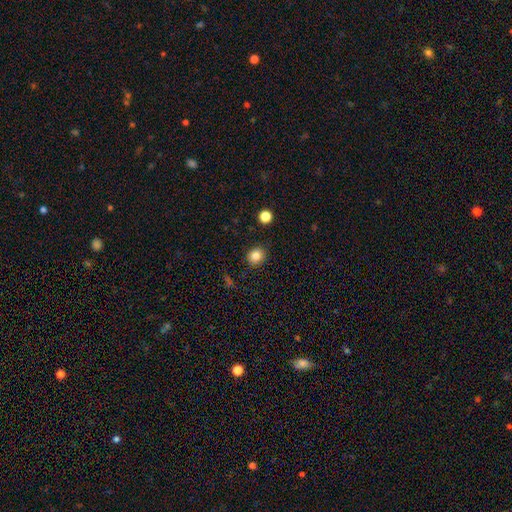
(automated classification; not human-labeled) The model was most divided on "how rounded": round: 79%, in between: 21%, cigar-shaped: 1%. More confident: merging — none (89%); smooth or featured — smooth (83%).